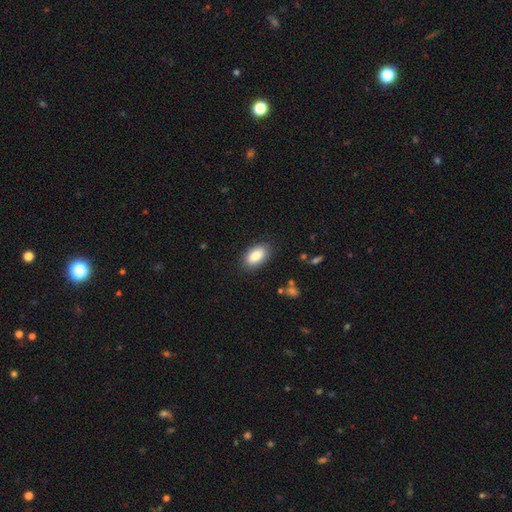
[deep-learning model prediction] smooth_or_featured: smooth (p=0.83) [alt: featured or disk p=0.10]
how_rounded: in between (p=0.92) [alt: round p=0.06]
merging: none (p=0.85) [alt: minor disturbance p=0.11]